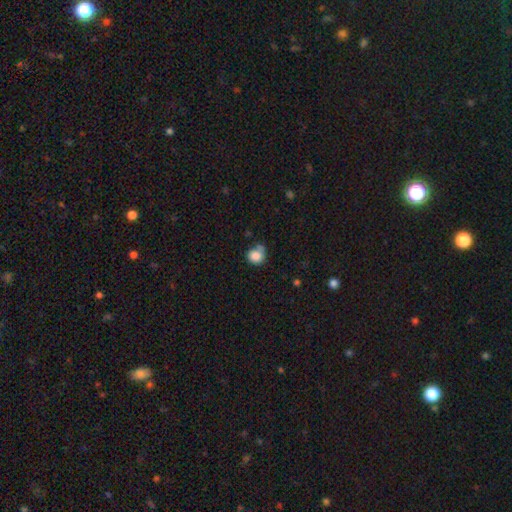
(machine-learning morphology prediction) Smooth or featured: smooth — 85% (star or artifact — 10%)
How rounded: round — 84% (in between — 16%)
Merging: none — 57% (minor disturbance — 25%)